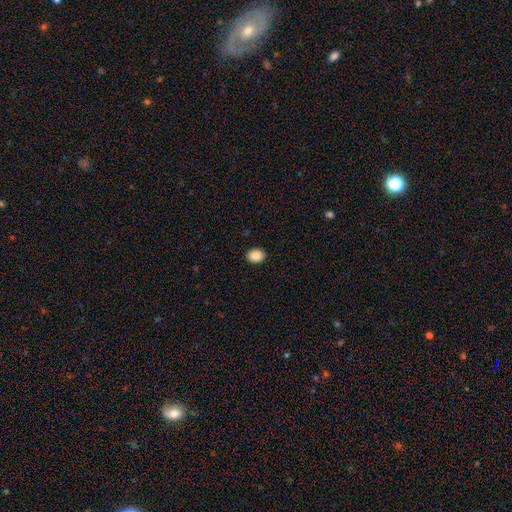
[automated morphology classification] smooth-or-featured: smooth: 89% | star or artifact: 8% | featured or disk: 3%
  how-rounded: in between: 52% | round: 47% | cigar-shaped: 1%
  merging: none: 91% | minor disturbance: 6% | major disturbance: 2% | merger: 1%